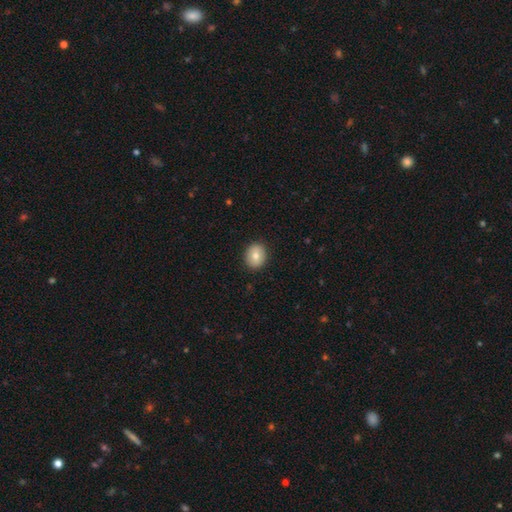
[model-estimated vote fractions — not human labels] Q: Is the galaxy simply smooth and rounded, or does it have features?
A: smooth — 78%.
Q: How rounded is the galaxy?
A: round — 57%.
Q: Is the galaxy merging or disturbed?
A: none — 89%.